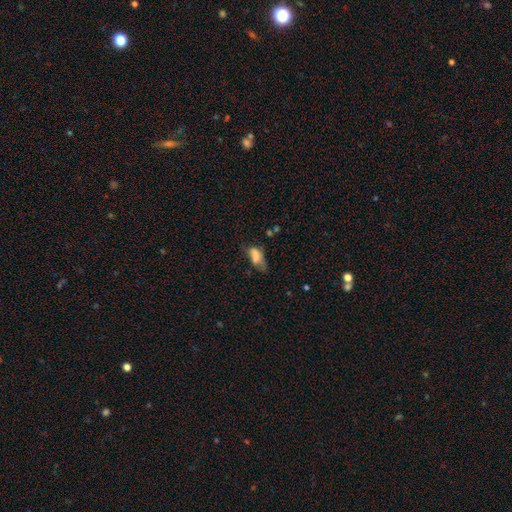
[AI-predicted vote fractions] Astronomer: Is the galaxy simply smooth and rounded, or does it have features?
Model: smooth — 71%.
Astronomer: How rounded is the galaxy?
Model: in between — 85%.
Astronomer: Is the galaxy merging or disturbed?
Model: minor disturbance — 33% (runner-up: major disturbance, 31%).